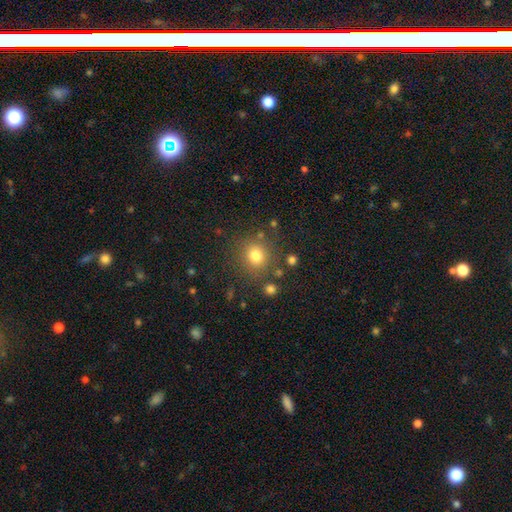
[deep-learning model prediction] Morphology: type=smooth (78%); roundness=round (88%); merging=none (81%).